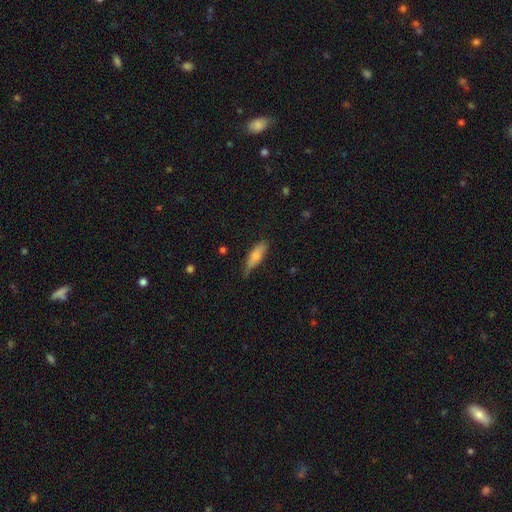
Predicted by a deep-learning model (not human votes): Smooth or featured?
  - smooth: 77% *
  - featured or disk: 17%
  - star or artifact: 6%
How rounded?
  - in between: 59% *
  - cigar-shaped: 39%
  - round: 2%
Merging?
  - none: 62% *
  - minor disturbance: 31%
  - major disturbance: 6%
  - merger: 2%